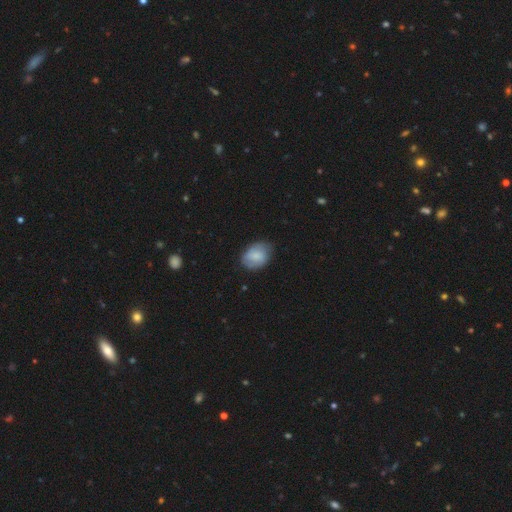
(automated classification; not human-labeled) Overall: smooth (74%). How rounded: in between (72%). Merging: none (71%).